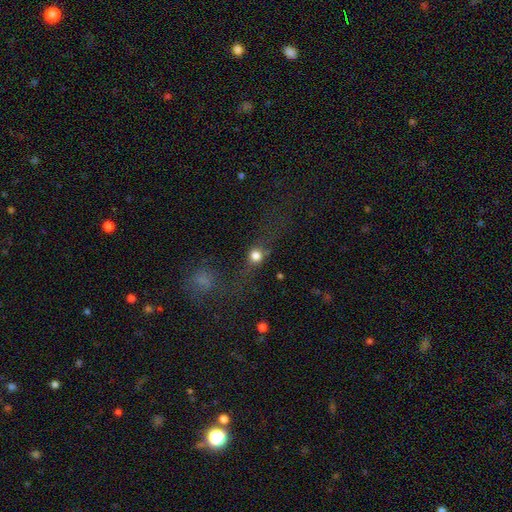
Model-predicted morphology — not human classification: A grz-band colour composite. It shows a smooth galaxy with no disk features (66%) that is round (72%). Merging: none (59%).